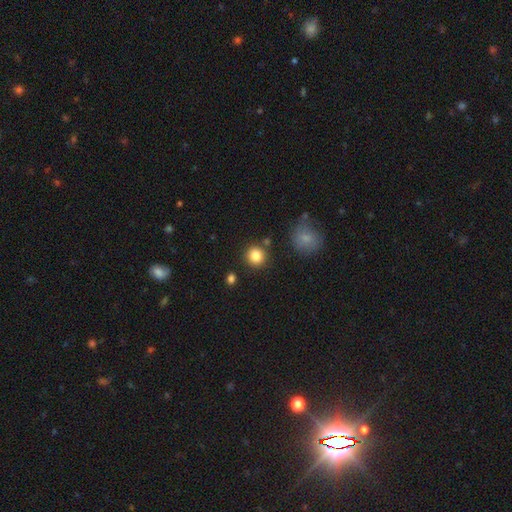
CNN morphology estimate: smooth_or_featured: smooth (p=0.84) [alt: star or artifact p=0.10]
how_rounded: round (p=0.92) [alt: in between p=0.07]
merging: none (p=0.84) [alt: minor disturbance p=0.08]